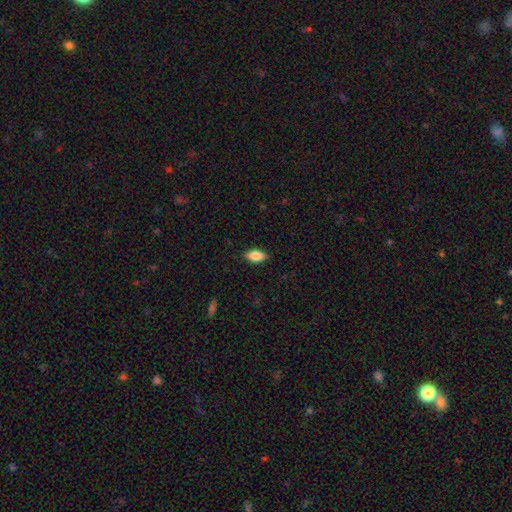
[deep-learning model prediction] Smooth or featured?
  - smooth: 75% *
  - featured or disk: 18%
  - star or artifact: 8%
How rounded?
  - in between: 86% *
  - cigar-shaped: 10%
  - round: 4%
Merging?
  - none: 86% *
  - minor disturbance: 11%
  - major disturbance: 2%
  - merger: 1%